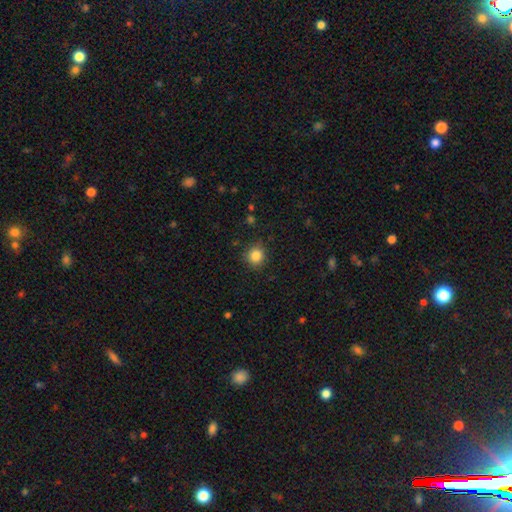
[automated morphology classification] The model was most divided on "smooth or featured": smooth: 85%, star or artifact: 11%, featured or disk: 5%. More confident: how rounded — round (90%); merging — none (88%).